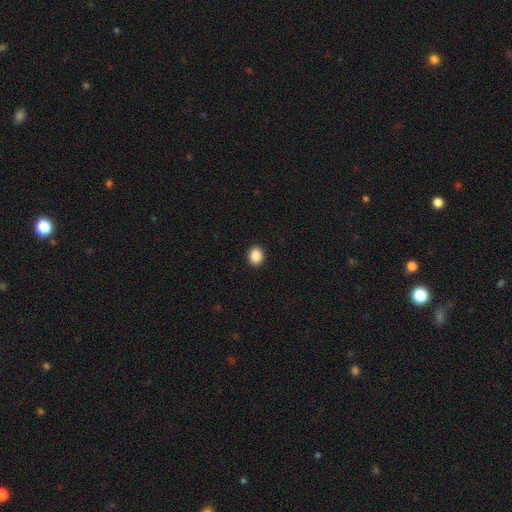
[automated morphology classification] Smooth or featured? Predicted: smooth (p=0.89). How rounded? Predicted: round (p=0.51). Merging? Predicted: none (p=0.92).